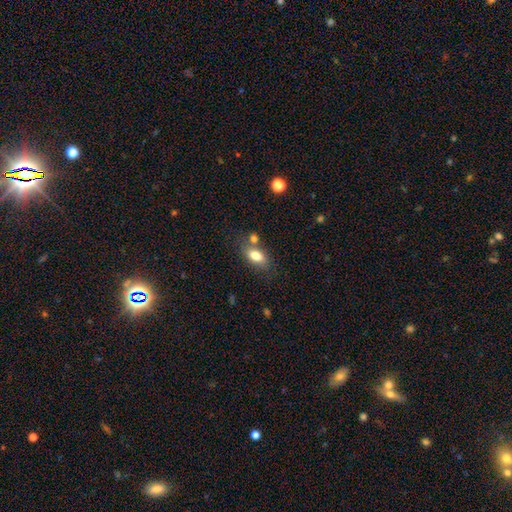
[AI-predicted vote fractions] Q: Smooth or featured?
A: smooth (79%); runner-up: featured or disk (13%)
Q: How rounded?
A: in between (85%); runner-up: round (9%)
Q: Merging?
A: none (60%); runner-up: merger (20%)